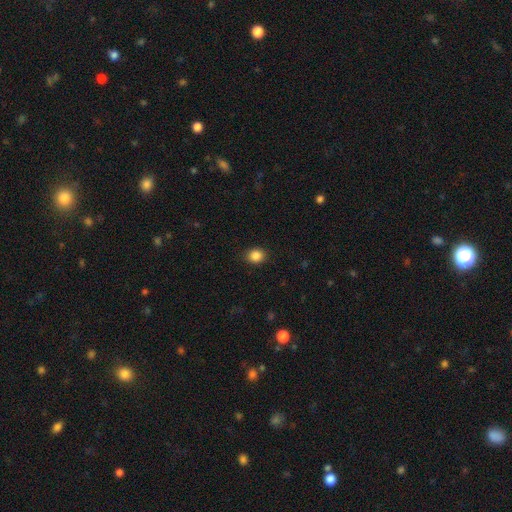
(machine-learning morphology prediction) This is clearly a smooth galaxy (86%). How rounded: likely round (73%). Merging: clearly none (89%).